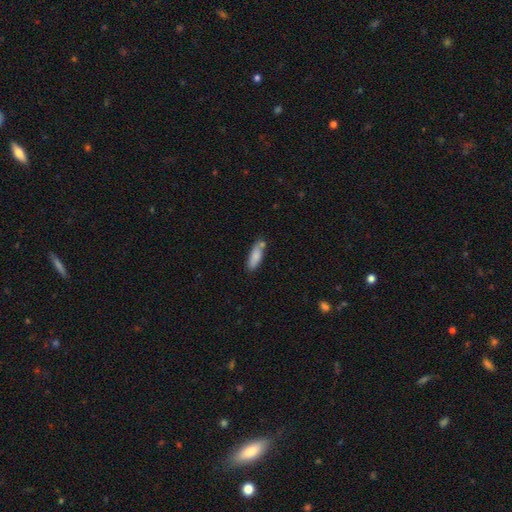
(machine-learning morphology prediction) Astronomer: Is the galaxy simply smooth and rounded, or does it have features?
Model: smooth — 82%.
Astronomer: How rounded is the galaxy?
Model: in between — 50% (runner-up: cigar-shaped, 49%).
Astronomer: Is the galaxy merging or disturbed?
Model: none — 65%.